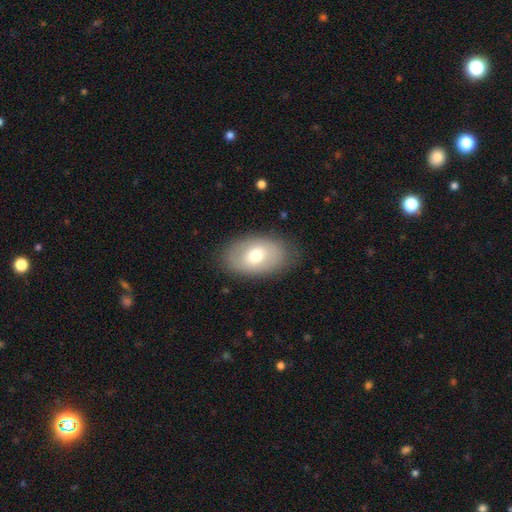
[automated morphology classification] smooth-or-featured: smooth: 66% | featured or disk: 27% | star or artifact: 7%
  how-rounded: in between: 89% | round: 9% | cigar-shaped: 1%
  merging: none: 81% | minor disturbance: 14% | major disturbance: 4% | merger: 1%